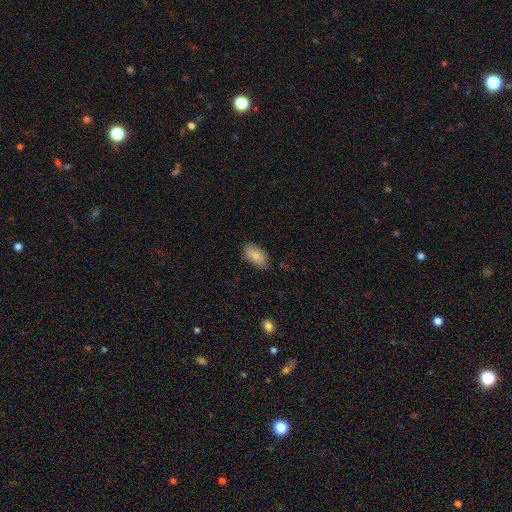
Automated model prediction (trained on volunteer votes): This appears to be a smooth galaxy with no disk features (77%) that is in between round and cigar-shaped (94%). Merging: none (80%).